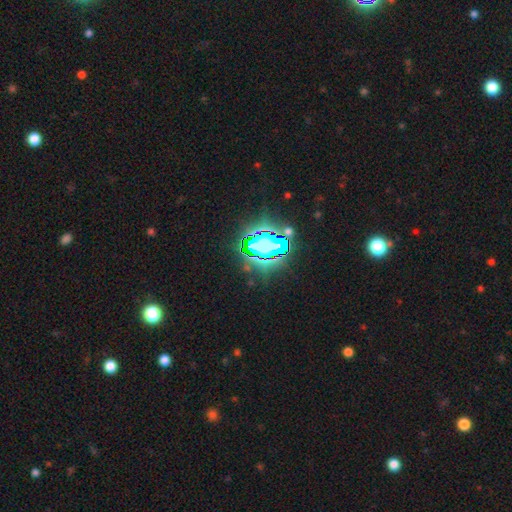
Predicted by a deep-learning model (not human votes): The model was most divided on "smooth or featured": star or artifact: 81%, smooth: 11%, featured or disk: 7%.